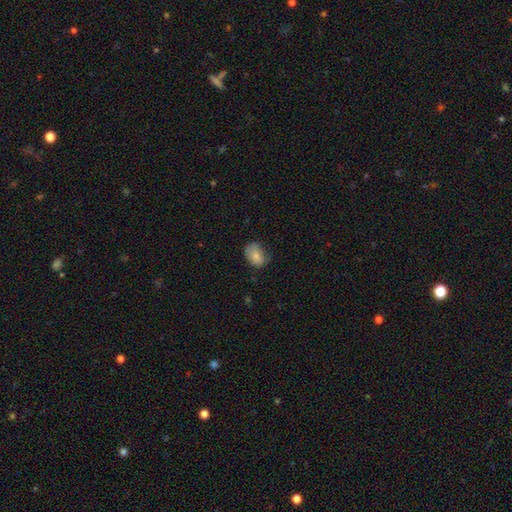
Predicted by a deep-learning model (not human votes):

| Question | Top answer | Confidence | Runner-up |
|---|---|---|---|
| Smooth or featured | smooth | 80% | featured or disk (12%) |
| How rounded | in between | 78% | round (21%) |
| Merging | none | 59% | minor disturbance (31%) |